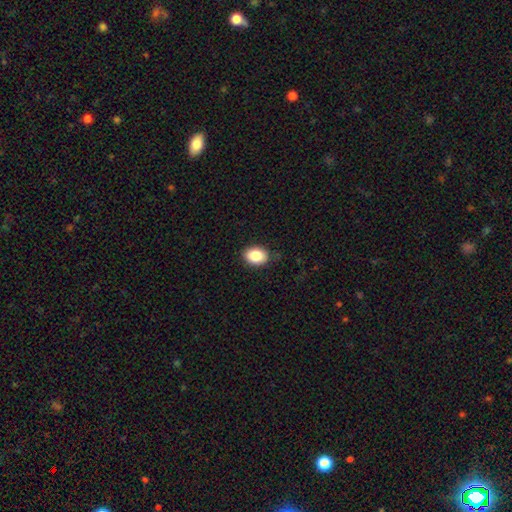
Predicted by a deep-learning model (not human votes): smooth 87%, star or artifact 8%, featured or disk 5%. Down the decision tree: how rounded — in between (75%); merging — none (85%).